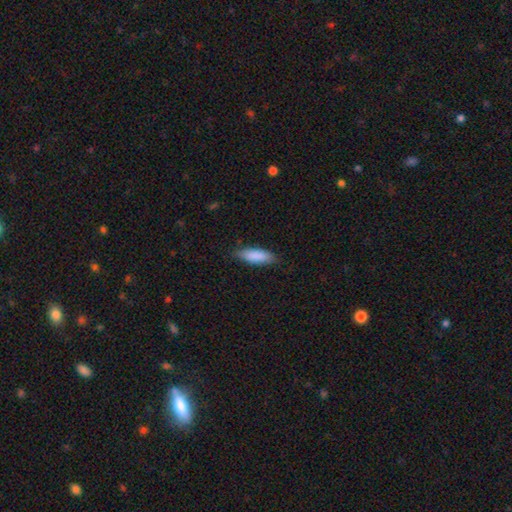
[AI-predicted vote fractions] smooth_or_featured: smooth (p=0.88) [alt: featured or disk p=0.07]
how_rounded: in between (p=0.58) [alt: cigar-shaped p=0.41]
merging: none (p=0.83) [alt: minor disturbance p=0.13]